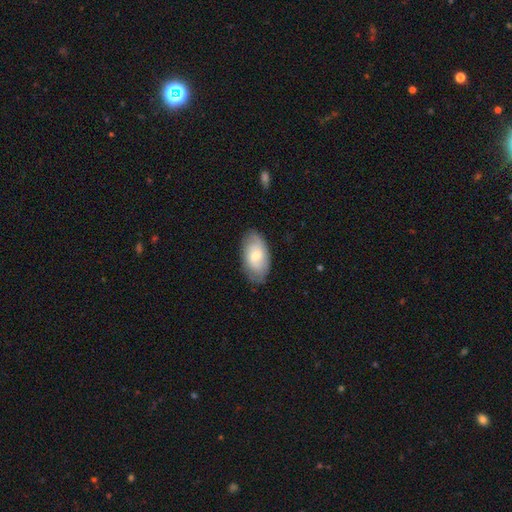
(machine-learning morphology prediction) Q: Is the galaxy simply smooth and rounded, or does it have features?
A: smooth — 57%.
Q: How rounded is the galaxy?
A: in between — 93%.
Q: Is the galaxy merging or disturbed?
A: none — 80%.